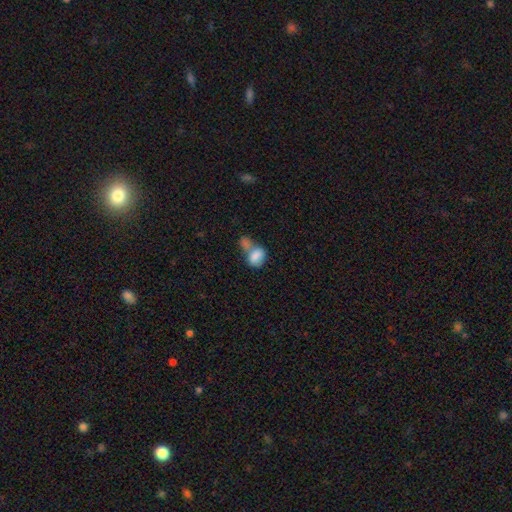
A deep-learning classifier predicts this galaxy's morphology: The model was most divided on "how rounded": in between: 70%, round: 29%, cigar-shaped: 2%. More confident: smooth or featured — smooth (80%); merging — merger (62%).